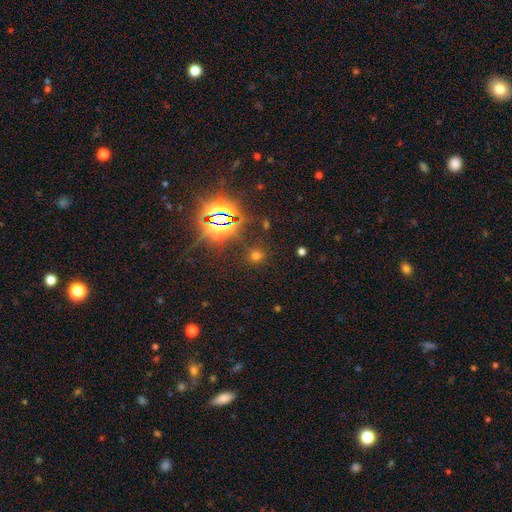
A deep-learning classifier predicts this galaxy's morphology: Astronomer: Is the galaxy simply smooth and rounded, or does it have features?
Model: smooth — 49% (runner-up: star or artifact, 44%).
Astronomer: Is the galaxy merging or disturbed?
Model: none — 81%.